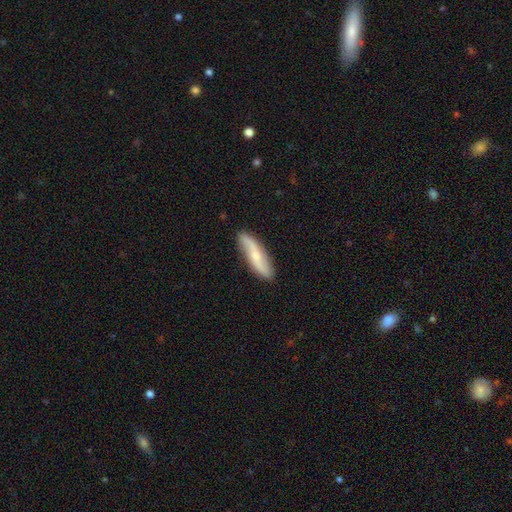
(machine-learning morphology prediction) Q: Smooth or featured?
A: featured or disk (59%); runner-up: smooth (36%)
Q: Edge-on disk?
A: no (78%); runner-up: yes (22%)
Q: Merging?
A: none (86%); runner-up: minor disturbance (10%)